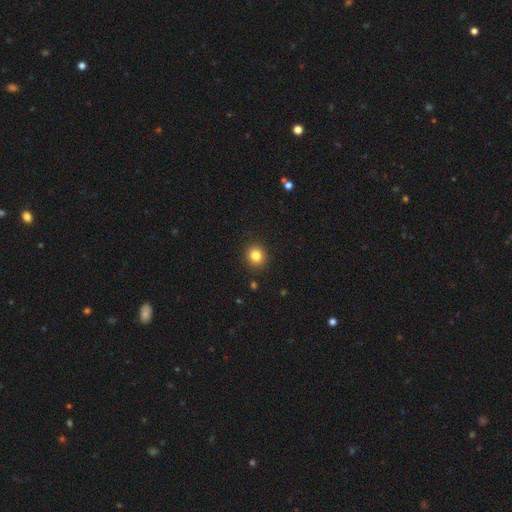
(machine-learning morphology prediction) Q: Smooth or featured?
A: smooth (82%); runner-up: star or artifact (12%)
Q: How rounded?
A: round (82%); runner-up: in between (17%)
Q: Merging?
A: none (91%); runner-up: minor disturbance (6%)